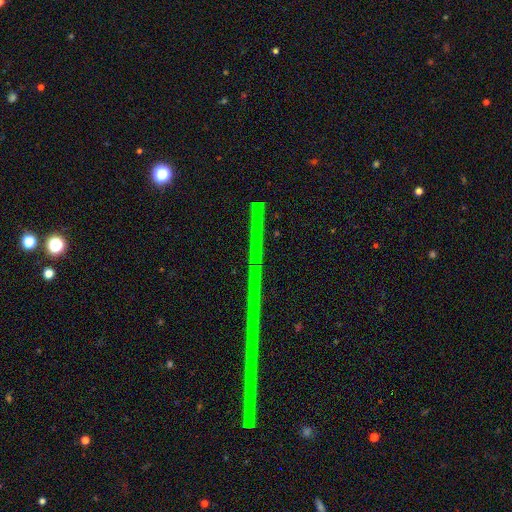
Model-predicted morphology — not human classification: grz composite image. It shows a star or artifact, not a galaxy (75%).